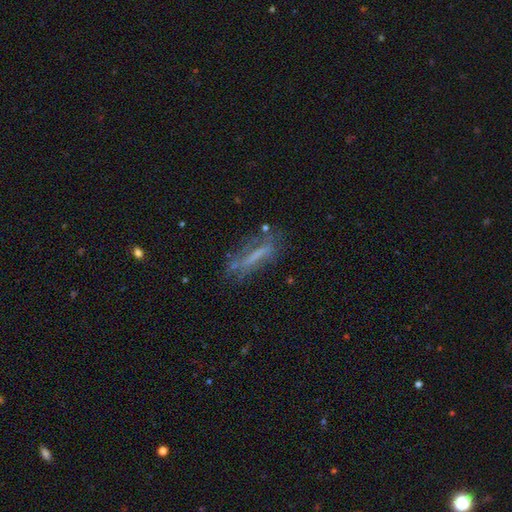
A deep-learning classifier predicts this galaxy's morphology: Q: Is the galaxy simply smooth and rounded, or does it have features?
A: featured or disk — 46%.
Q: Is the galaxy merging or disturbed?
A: none — 57%.